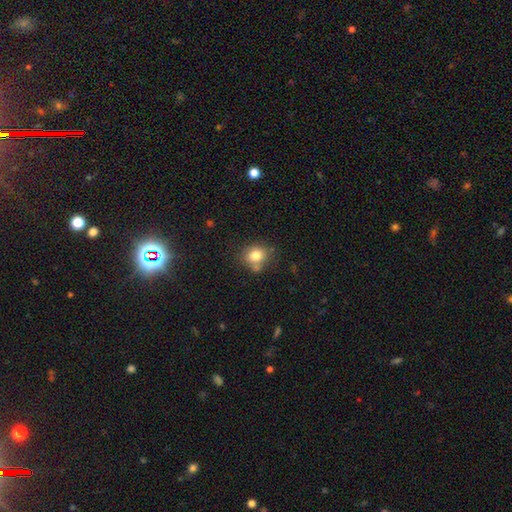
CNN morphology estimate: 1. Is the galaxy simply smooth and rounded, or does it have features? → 78% smooth, 11% star or artifact, 10% featured or disk.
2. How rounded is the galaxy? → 67% round, 32% in between, 1% cigar-shaped.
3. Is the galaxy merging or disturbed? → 64% none, 18% minor disturbance, 13% merger, 5% major disturbance.